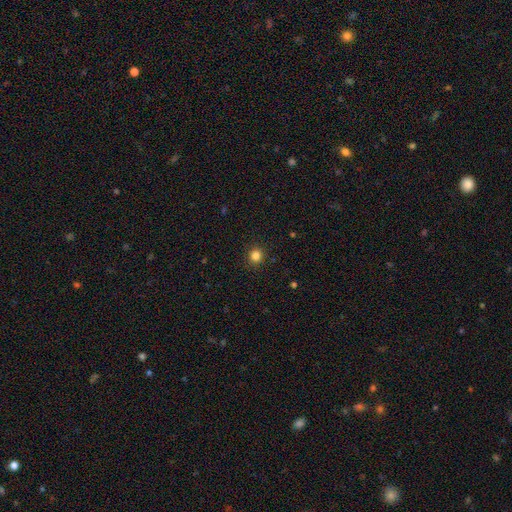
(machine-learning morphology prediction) Overall: smooth (83%). How rounded: round (90%). Merging: none (92%).